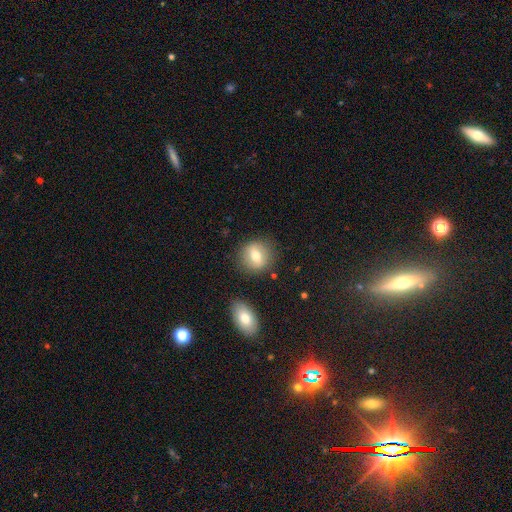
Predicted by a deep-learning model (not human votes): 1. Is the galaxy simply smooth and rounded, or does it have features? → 65% smooth, 26% featured or disk, 8% star or artifact.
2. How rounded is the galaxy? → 78% round, 20% in between, 2% cigar-shaped.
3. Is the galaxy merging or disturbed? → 83% none, 10% minor disturbance, 4% merger, 3% major disturbance.